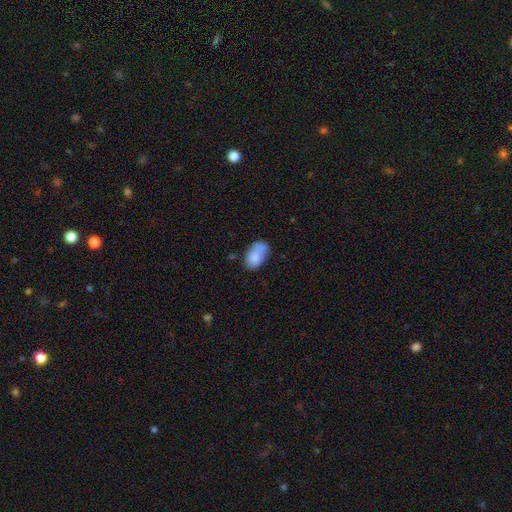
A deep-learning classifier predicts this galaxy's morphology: This is likely a smooth galaxy (77%). How rounded: clearly in between (89%). Merging: marginally none (40%).